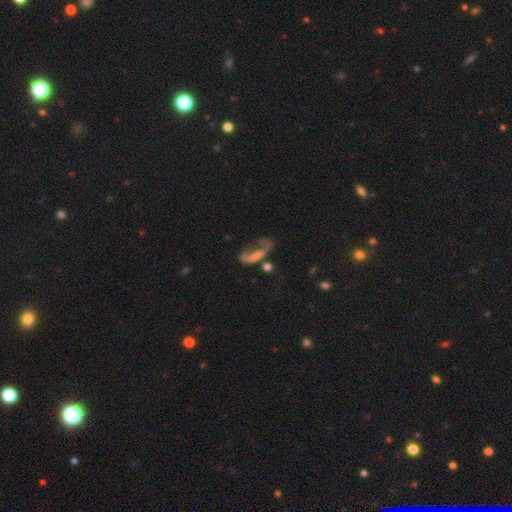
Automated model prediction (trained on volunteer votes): This appears to be a featured or disk galaxy (48%). Merging: major disturbance (41%).